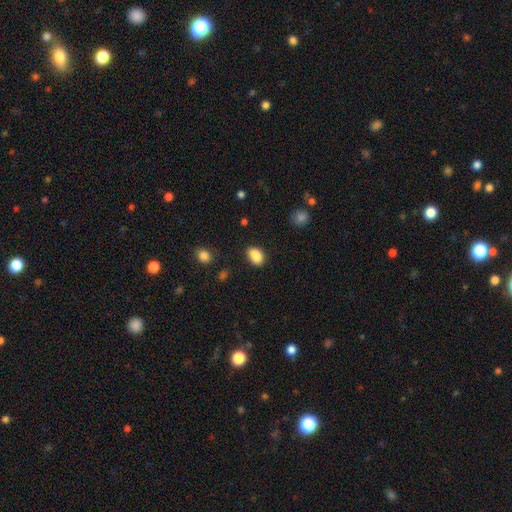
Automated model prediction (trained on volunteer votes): Smooth or featured: smooth — 88% (star or artifact — 8%)
How rounded: in between — 82% (round — 17%)
Merging: none — 80% (minor disturbance — 14%)